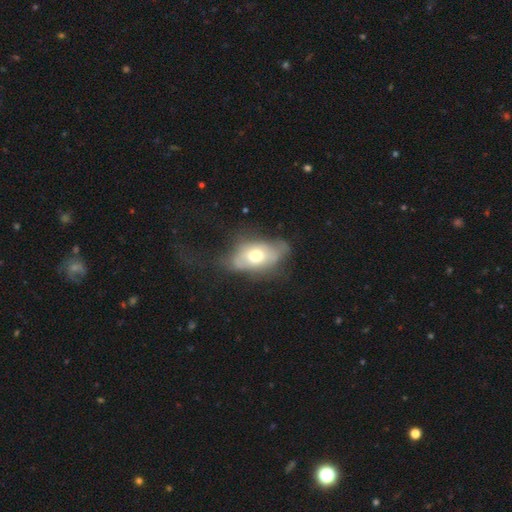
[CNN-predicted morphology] Smooth or featured?
  - smooth: 50% *
  - featured or disk: 42%
  - star or artifact: 7%
How rounded?
  - in between: 89% *
  - round: 8%
  - cigar-shaped: 4%
Merging?
  - none: 40% *
  - minor disturbance: 31%
  - major disturbance: 27%
  - merger: 3%